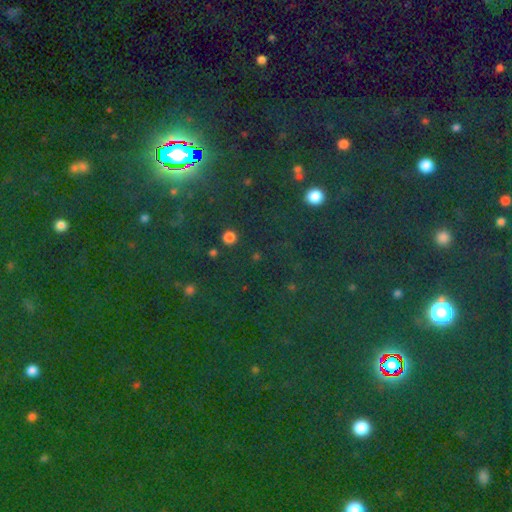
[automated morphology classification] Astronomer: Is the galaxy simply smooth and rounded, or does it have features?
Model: star or artifact — 79%.